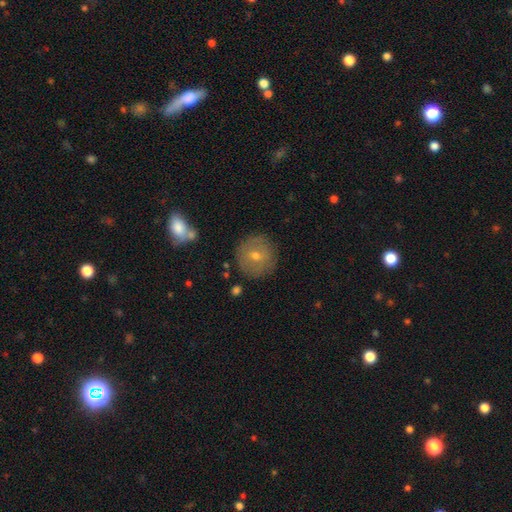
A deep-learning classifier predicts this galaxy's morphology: Q: Smooth or featured?
A: smooth (57%); runner-up: featured or disk (31%)
Q: How rounded?
A: round (93%); runner-up: in between (6%)
Q: Merging?
A: none (85%); runner-up: minor disturbance (10%)